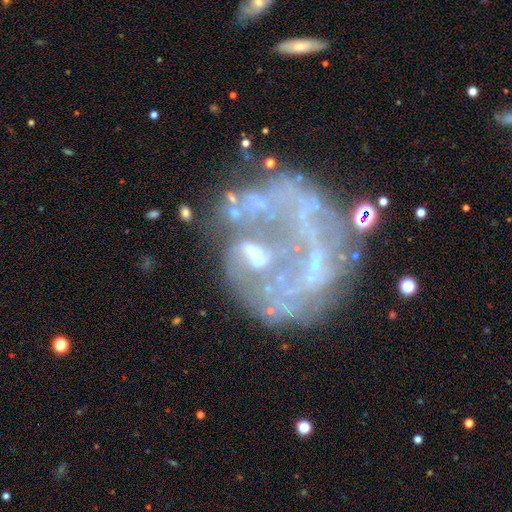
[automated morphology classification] The model was most divided on "spiral arms": yes: 51%, no: 49%. Remaining: edge-on disk — no (93%); smooth or featured — featured or disk (60%); bar — no (50%); merging — merger (43%); bulge size — none (36%).